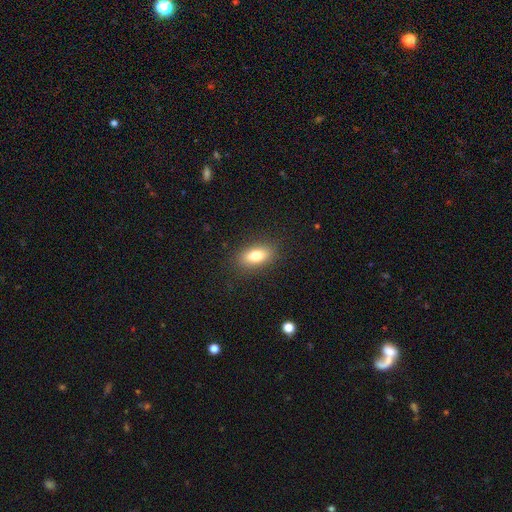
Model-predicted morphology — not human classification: Smooth or featured: smooth — 79% (featured or disk — 12%)
How rounded: in between — 85% (cigar-shaped — 9%)
Merging: none — 87% (minor disturbance — 9%)